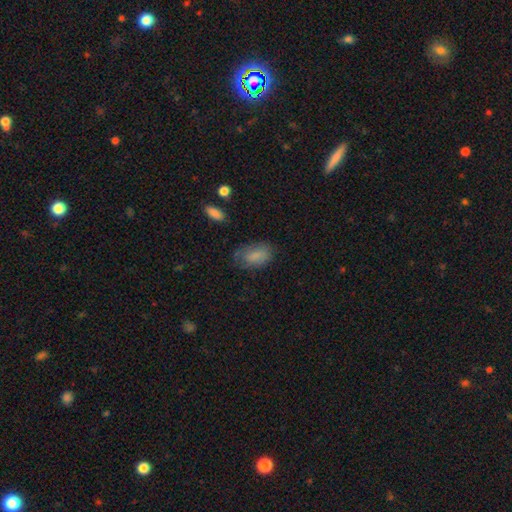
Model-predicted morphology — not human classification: Smooth or featured? Predicted: smooth (p=0.79). How rounded? Predicted: in between (p=0.90). Merging? Predicted: none (p=0.63).